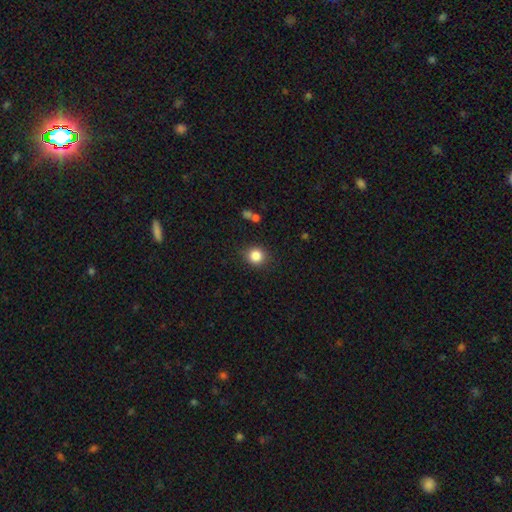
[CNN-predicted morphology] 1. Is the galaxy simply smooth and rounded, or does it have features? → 85% smooth, 11% star or artifact, 5% featured or disk.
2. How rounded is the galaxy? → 88% round, 11% in between, 1% cigar-shaped.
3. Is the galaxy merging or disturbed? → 87% none, 8% minor disturbance, 3% major disturbance, 2% merger.